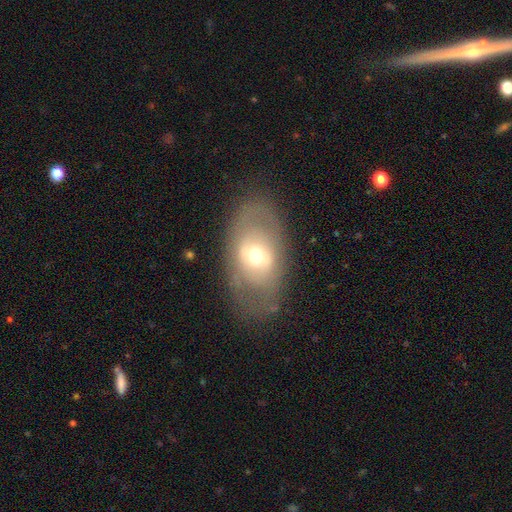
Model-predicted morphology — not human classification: type=featured or disk (50%); merging=none (74%).